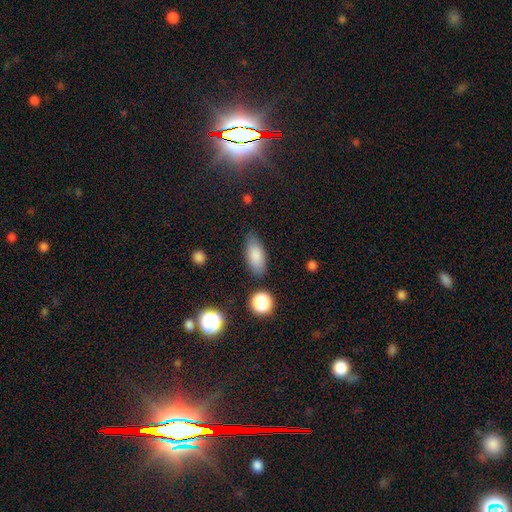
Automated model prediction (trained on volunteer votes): This appears to be a smooth galaxy with no disk features (84%) that is in between round and cigar-shaped (85%). Merging: none (80%).